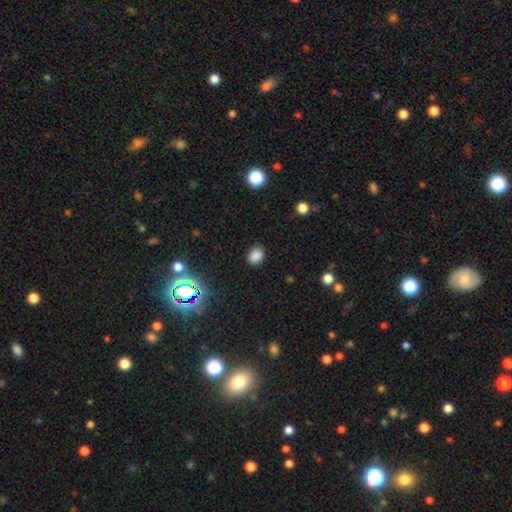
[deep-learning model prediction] Smooth or featured? Predicted: smooth (p=0.82). How rounded? Predicted: in between (p=0.59). Merging? Predicted: none (p=0.86).